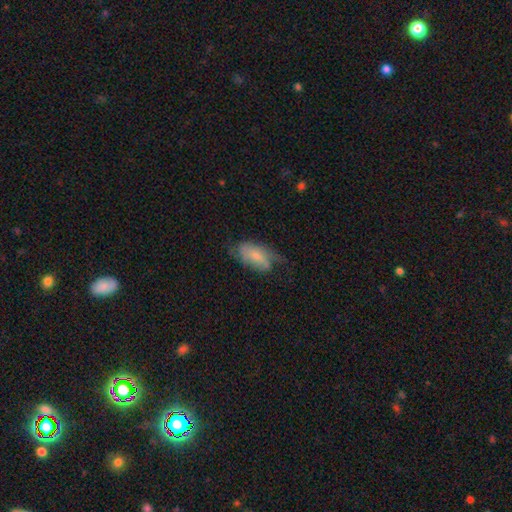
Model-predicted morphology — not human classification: type=smooth (53%); roundness=in between (91%); merging=none (45%).